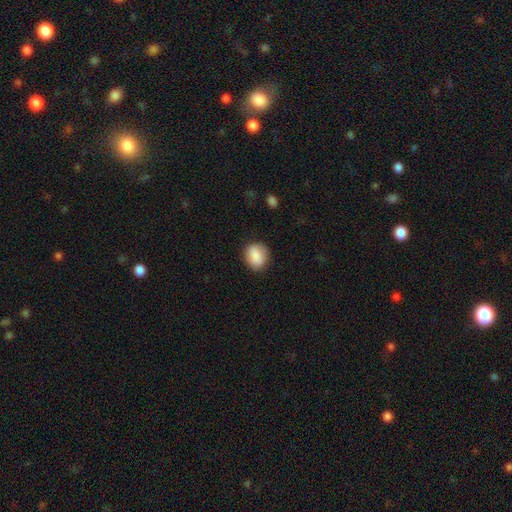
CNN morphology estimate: smooth-or-featured: smooth: 87% | star or artifact: 7% | featured or disk: 6%
  how-rounded: round: 63% | in between: 36% | cigar-shaped: 1%
  merging: none: 84% | minor disturbance: 12% | major disturbance: 3% | merger: 1%